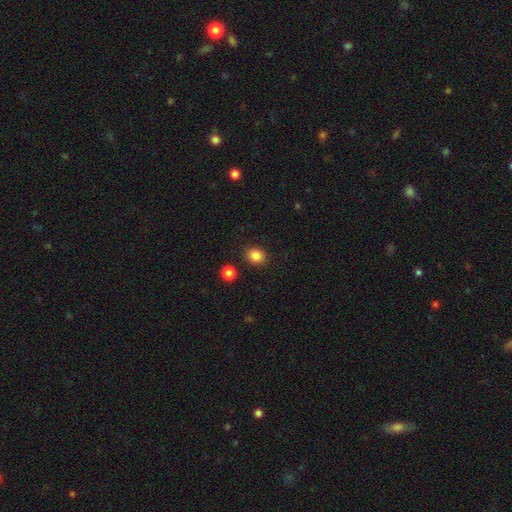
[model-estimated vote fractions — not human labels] Smooth or featured? smooth (86%)
How rounded? round (60%)
Merging? none (87%)